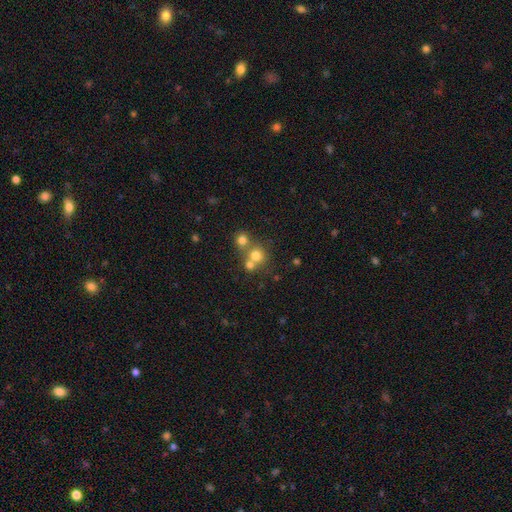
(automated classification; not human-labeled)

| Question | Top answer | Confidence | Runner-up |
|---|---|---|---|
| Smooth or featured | smooth | 71% | star or artifact (16%) |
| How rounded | round | 88% | in between (11%) |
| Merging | none | 49% | merger (42%) |